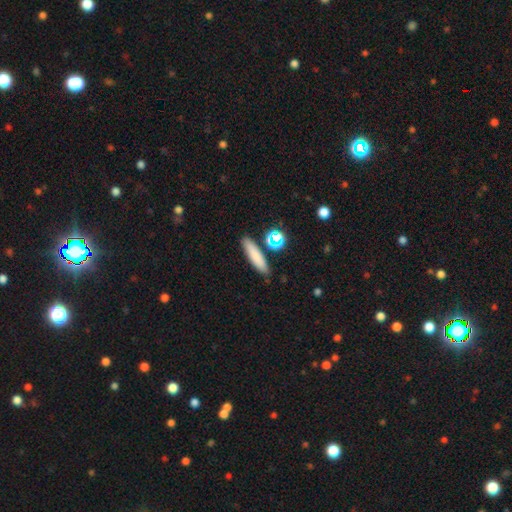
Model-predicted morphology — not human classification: This is likely a smooth galaxy (78%). How rounded: likely cigar-shaped (74%). Merging: clearly none (82%).